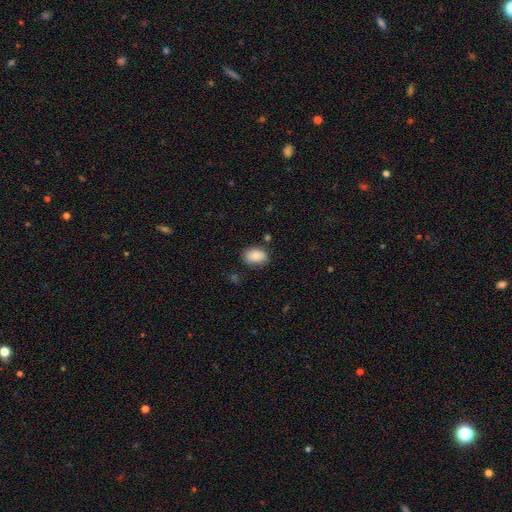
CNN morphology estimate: type=smooth (82%); roundness=in between (81%); merging=none (73%).